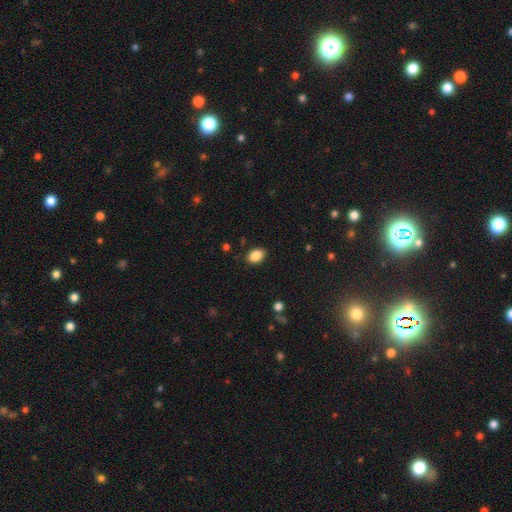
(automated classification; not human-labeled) smooth_or_featured: smooth (p=0.87) [alt: star or artifact p=0.08]
how_rounded: in between (p=0.85) [alt: round p=0.14]
merging: none (p=0.86) [alt: minor disturbance p=0.11]